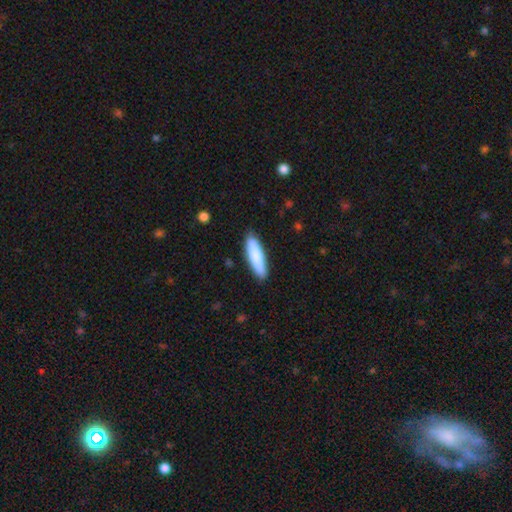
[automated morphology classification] This is clearly a smooth galaxy (83%). How rounded: likely cigar-shaped (69%). Merging: clearly none (87%).